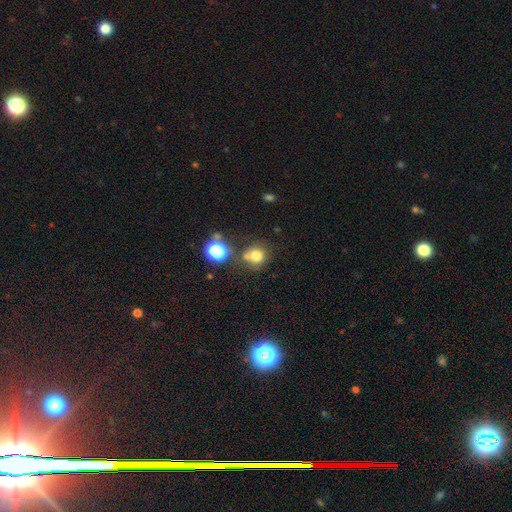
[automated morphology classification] The model was most divided on "merging": none: 58%, merger: 26%, minor disturbance: 11%, major disturbance: 5%. More confident: how rounded — round (86%); smooth or featured — smooth (74%).